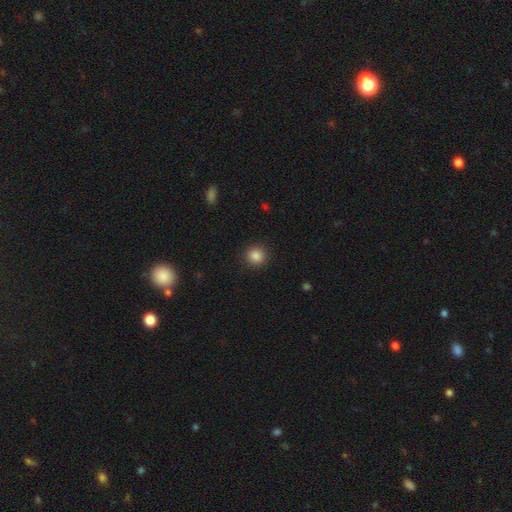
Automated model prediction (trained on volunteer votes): Smooth or featured?
  - smooth: 86% *
  - star or artifact: 10%
  - featured or disk: 4%
How rounded?
  - round: 92% *
  - in between: 7%
  - cigar-shaped: 1%
Merging?
  - none: 91% *
  - minor disturbance: 6%
  - major disturbance: 2%
  - merger: 1%